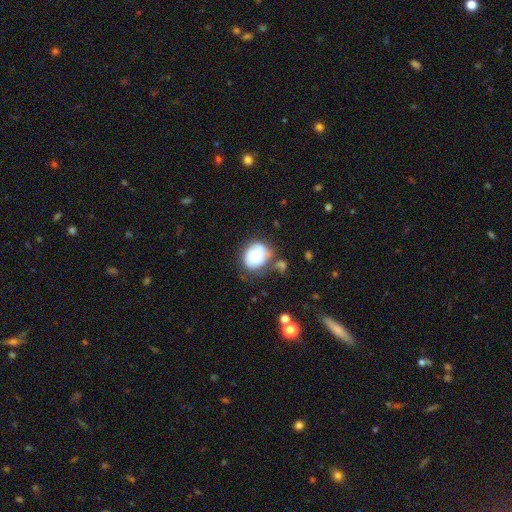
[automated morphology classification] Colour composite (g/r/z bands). It shows a smooth galaxy with no disk features (71%) that is round (58%). Merging: none (45%).